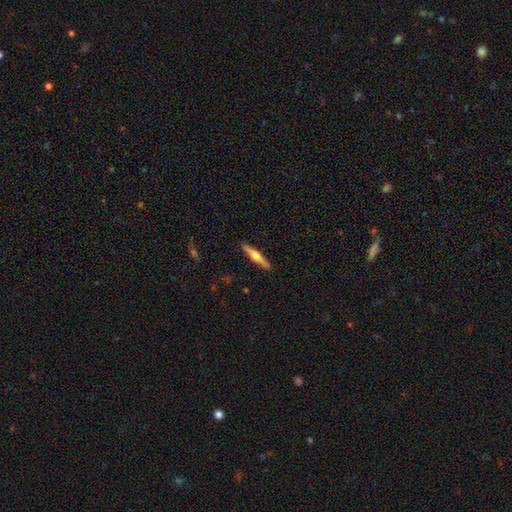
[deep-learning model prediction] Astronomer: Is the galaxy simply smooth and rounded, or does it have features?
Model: featured or disk — 58% (runner-up: smooth, 36%).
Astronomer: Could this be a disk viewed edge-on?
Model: yes — 96%.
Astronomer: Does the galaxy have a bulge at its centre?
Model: rounded — 93%.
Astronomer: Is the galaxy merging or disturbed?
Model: none — 91%.